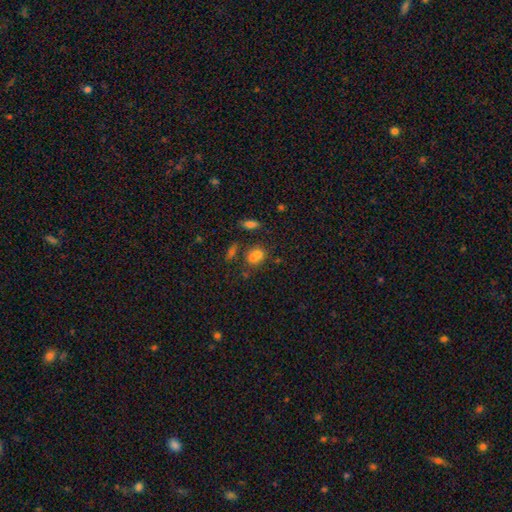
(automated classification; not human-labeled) smooth-or-featured: smooth: 68% | star or artifact: 17% | featured or disk: 15%
  how-rounded: round: 51% | in between: 47% | cigar-shaped: 2%
  merging: merger: 41% (tied) | none: 41% (tied) | minor disturbance: 12% | major disturbance: 6%